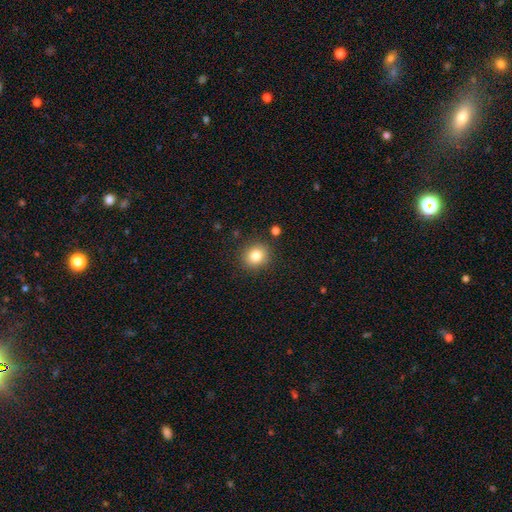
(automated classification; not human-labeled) A smooth galaxy with no disk features (82%) that is round (79%).

Vote fractions:
- Smooth or featured? smooth: 82% / star or artifact: 11% / featured or disk: 8%
- How rounded? round: 79% / in between: 20% / cigar-shaped: 1%
- Merging? none: 87% / minor disturbance: 8% / major disturbance: 3% / merger: 2%